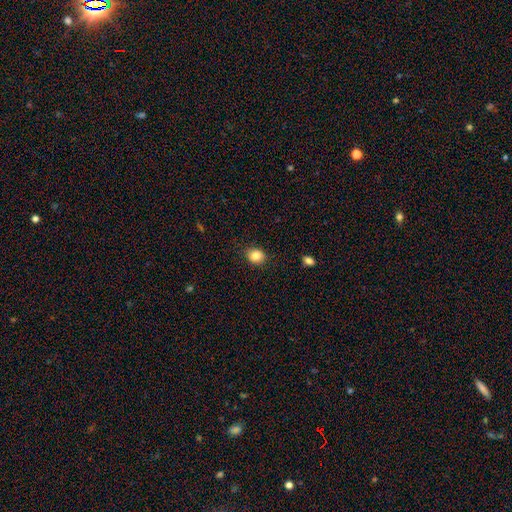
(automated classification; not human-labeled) Smooth or featured? Predicted: smooth (p=0.84). How rounded? Predicted: round (p=0.68). Merging? Predicted: none (p=0.88).